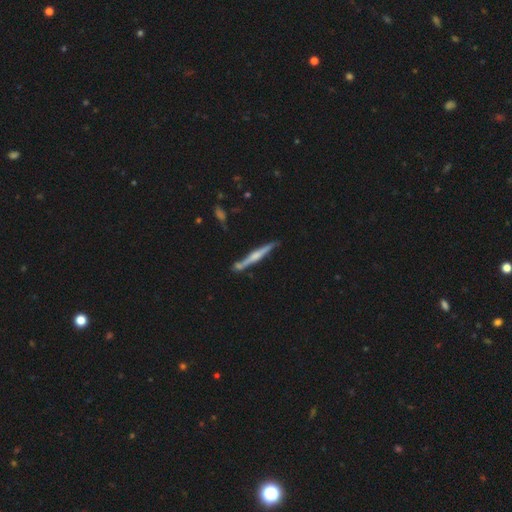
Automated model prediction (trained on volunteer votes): featured or disk 63%, smooth 32%, star or artifact 5%. Down the decision tree: edge-on disk — yes (96%); edge-on bulge — rounded (60%); merging — none (76%).